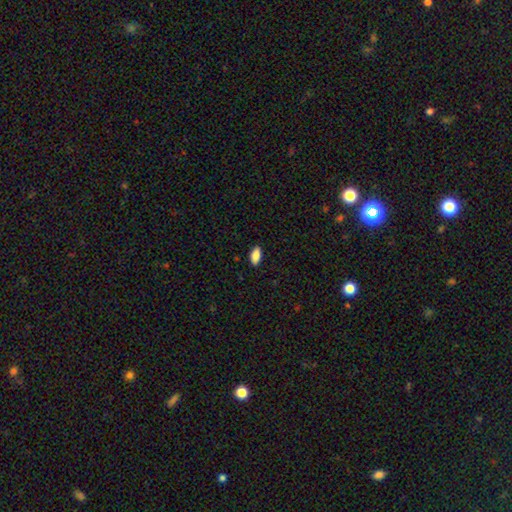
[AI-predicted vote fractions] smooth-or-featured: smooth: 88% | star or artifact: 7% | featured or disk: 5%
  how-rounded: in between: 89% | cigar-shaped: 9% | round: 2%
  merging: none: 88% | minor disturbance: 9% | major disturbance: 2% | merger: 1%